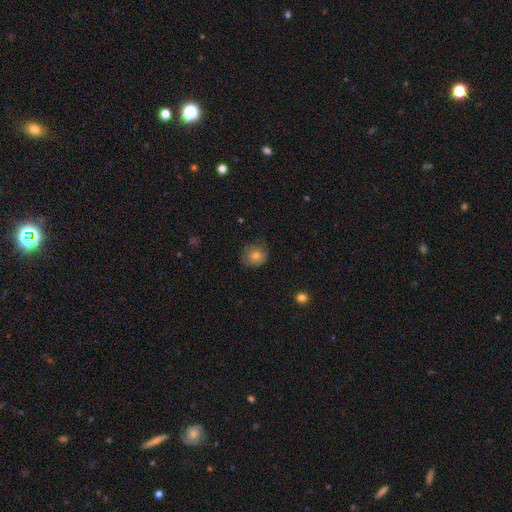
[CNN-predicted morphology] Smooth or featured: smooth — 74% (featured or disk — 17%)
How rounded: round — 82% (in between — 17%)
Merging: none — 71% (minor disturbance — 21%)